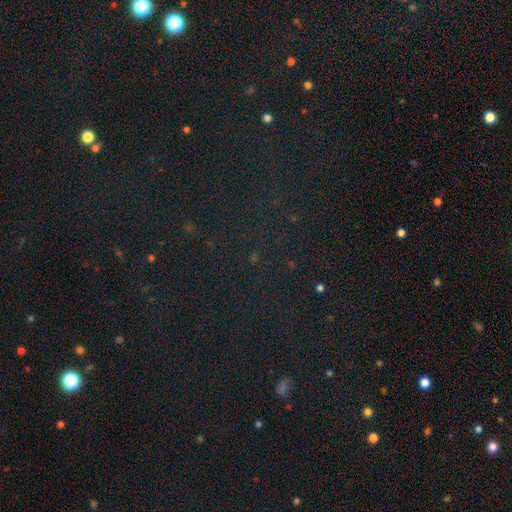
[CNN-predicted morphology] The model was most divided on "smooth or featured": star or artifact: 77%, smooth: 15%, featured or disk: 8%.